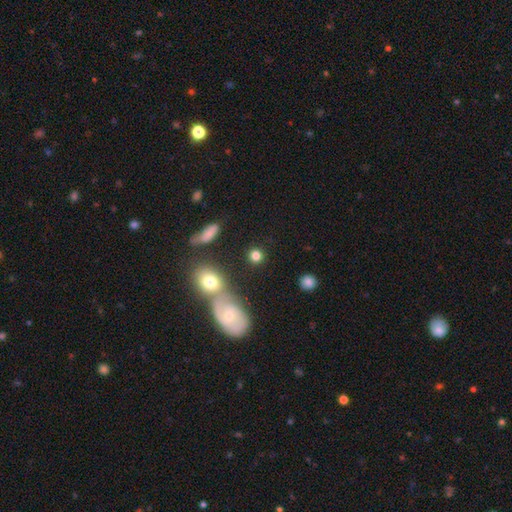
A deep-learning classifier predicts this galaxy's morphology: This appears to be a smooth galaxy with no disk features (78%) that is round (83%). Merging: none (74%).